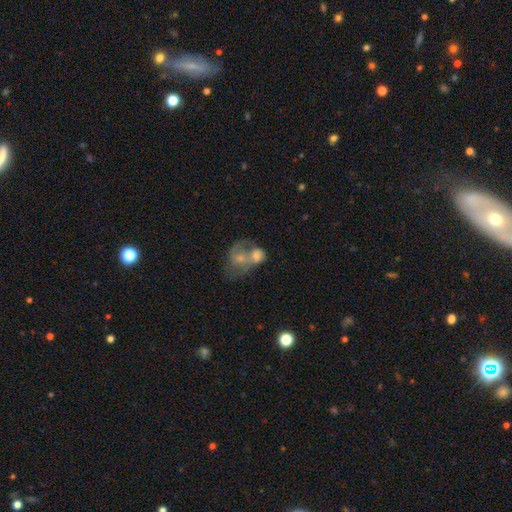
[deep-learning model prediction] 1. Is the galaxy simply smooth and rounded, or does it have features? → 45% smooth, 44% featured or disk, 11% star or artifact.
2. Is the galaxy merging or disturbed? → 66% merger, 16% none, 10% major disturbance, 8% minor disturbance.